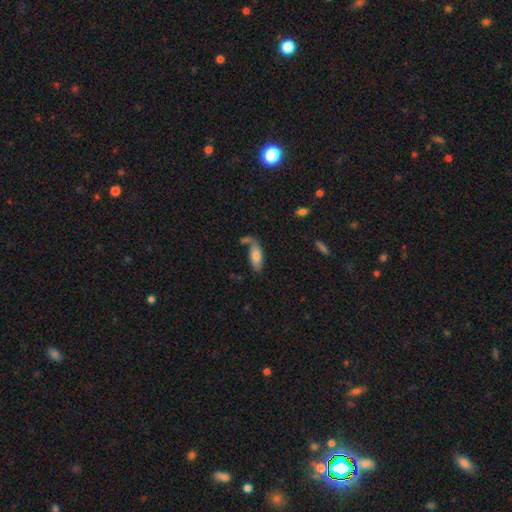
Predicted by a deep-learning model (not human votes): Q: Smooth or featured?
A: smooth (72%); runner-up: featured or disk (21%)
Q: How rounded?
A: in between (69%); runner-up: cigar-shaped (28%)
Q: Merging?
A: none (51%); runner-up: merger (20%)